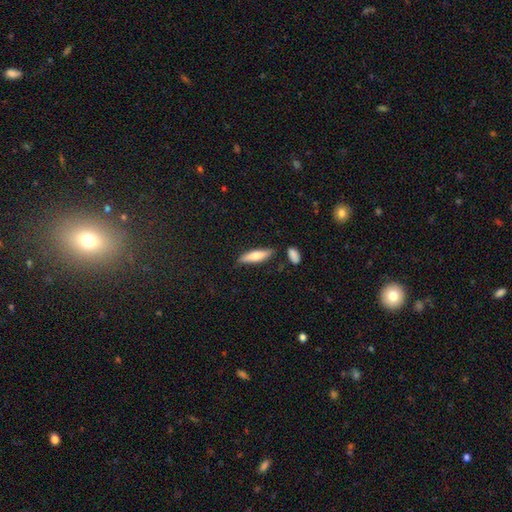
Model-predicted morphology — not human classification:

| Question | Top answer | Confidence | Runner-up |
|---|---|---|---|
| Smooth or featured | smooth | 73% | featured or disk (21%) |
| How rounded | cigar-shaped | 67% | in between (31%) |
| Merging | none | 78% | minor disturbance (14%) |